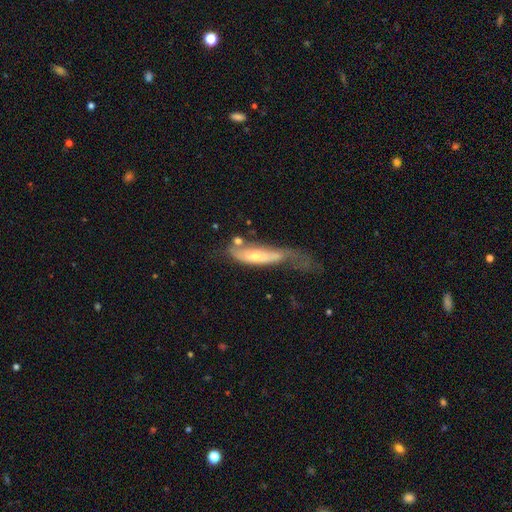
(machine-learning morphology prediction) Smooth or featured? featured or disk (50%)
Edge-on disk? no (61%)
Merging? major disturbance (43%)